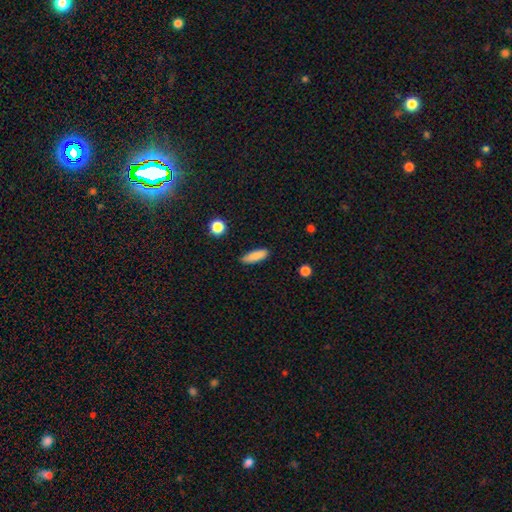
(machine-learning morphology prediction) Smooth or featured: smooth — 87% (star or artifact — 7%)
How rounded: in between — 51% (cigar-shaped — 46%)
Merging: none — 86% (minor disturbance — 11%)